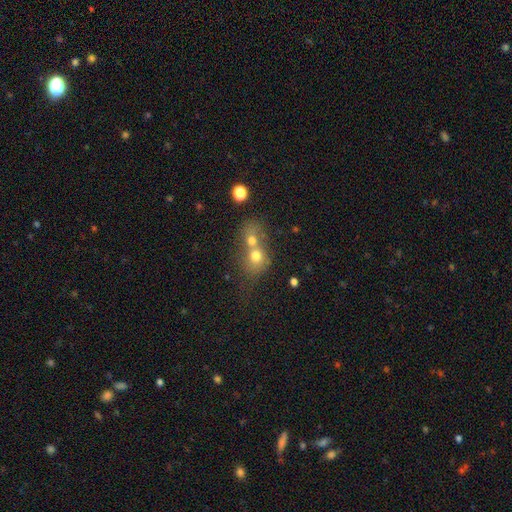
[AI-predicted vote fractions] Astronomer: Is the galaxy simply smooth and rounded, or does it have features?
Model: smooth — 68%.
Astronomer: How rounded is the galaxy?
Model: round — 66%.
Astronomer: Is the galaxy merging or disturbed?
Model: merger — 69%.